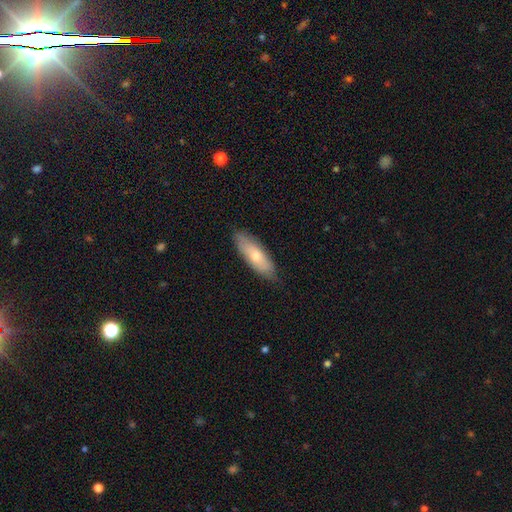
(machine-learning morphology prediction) Overall: smooth (62%; featured or disk 31%). How rounded: in between (58%; cigar-shaped 39%). Merging: none (82%).